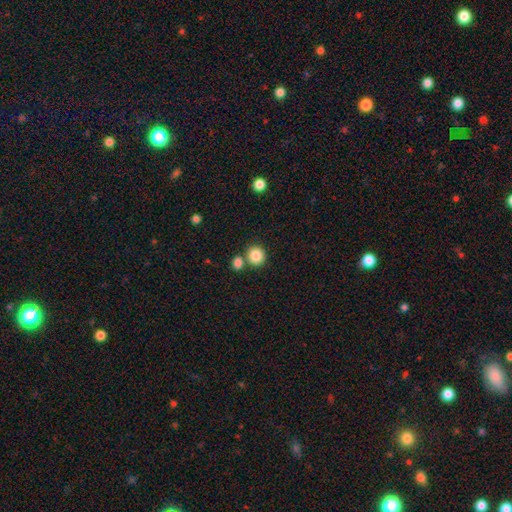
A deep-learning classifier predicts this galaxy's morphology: This appears to be a smooth galaxy with no disk features (86%) that is round (88%). Merging: none (70%).